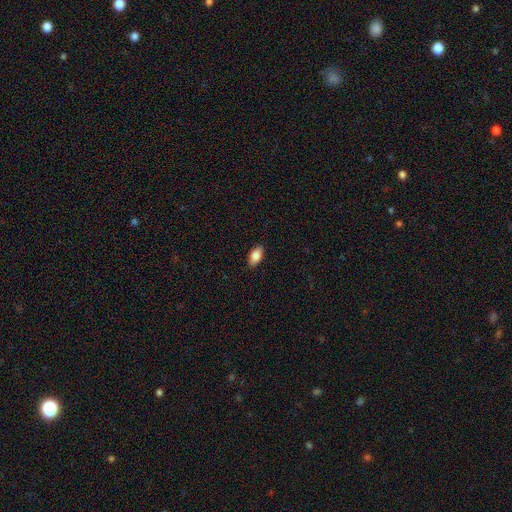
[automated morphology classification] smooth-or-featured: smooth: 86% | featured or disk: 7% | star or artifact: 7%
  how-rounded: in between: 91% | cigar-shaped: 6% | round: 3%
  merging: none: 89% | minor disturbance: 8% | major disturbance: 2% | merger: 1%